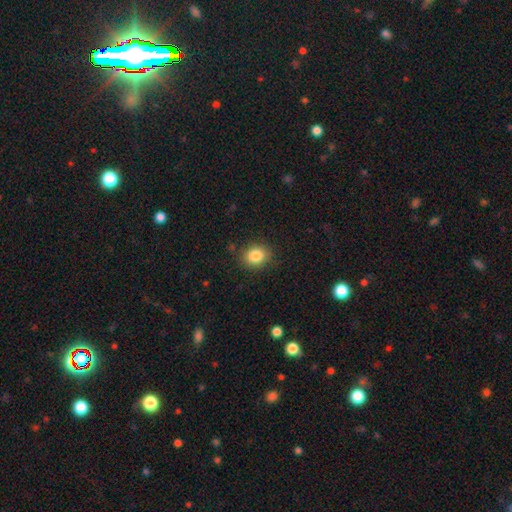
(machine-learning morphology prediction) smooth-or-featured: smooth: 84% | star or artifact: 10% | featured or disk: 6%
  how-rounded: round: 56% | in between: 43% | cigar-shaped: 1%
  merging: none: 84% | minor disturbance: 11% | major disturbance: 3% | merger: 1%